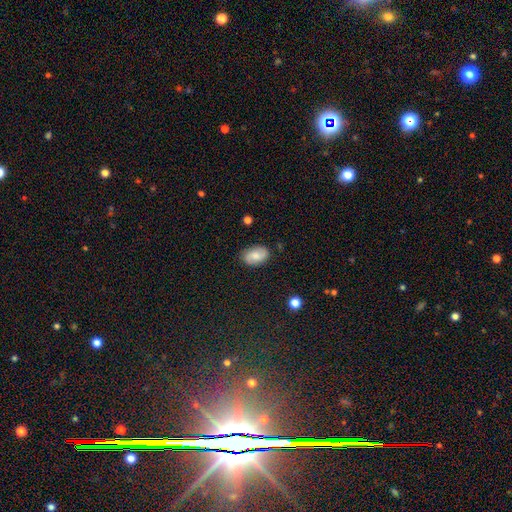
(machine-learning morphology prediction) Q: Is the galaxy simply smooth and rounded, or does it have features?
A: smooth — 66%.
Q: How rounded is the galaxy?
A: in between — 90%.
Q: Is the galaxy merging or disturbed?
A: none — 81%.